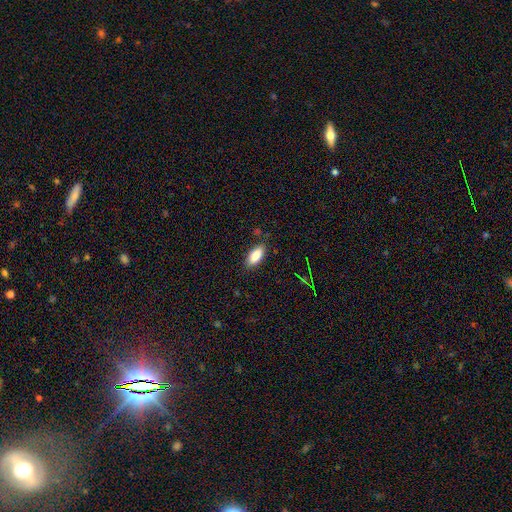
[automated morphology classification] Smooth or featured: smooth — 85% (star or artifact — 7%)
How rounded: in between — 85% (cigar-shaped — 13%)
Merging: none — 82% (minor disturbance — 13%)